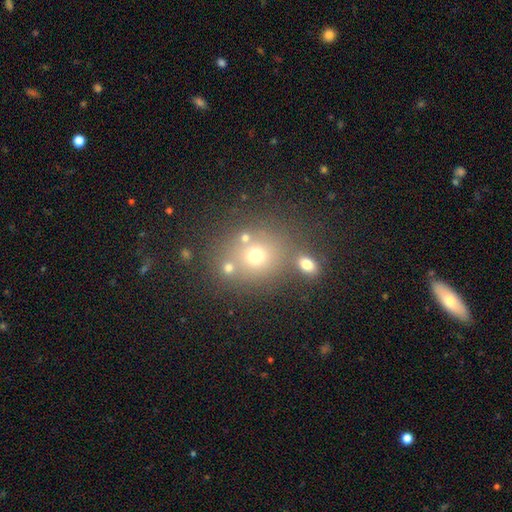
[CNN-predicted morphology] smooth_or_featured: smooth (p=0.64) [alt: star or artifact p=0.21]
how_rounded: round (p=0.78) [alt: in between p=0.21]
merging: none (p=0.63) [alt: merger p=0.21]